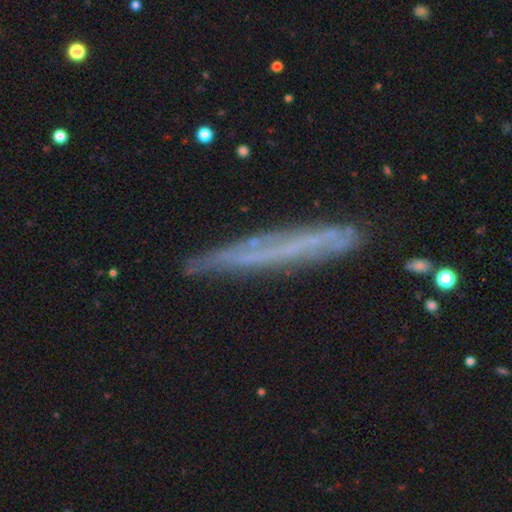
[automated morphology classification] smooth-or-featured: featured or disk: 55% | smooth: 32% | star or artifact: 13%
  disk-edge-on: yes: 77% | no: 23%
  merging: none: 76% | minor disturbance: 16% | major disturbance: 4% | merger: 3%